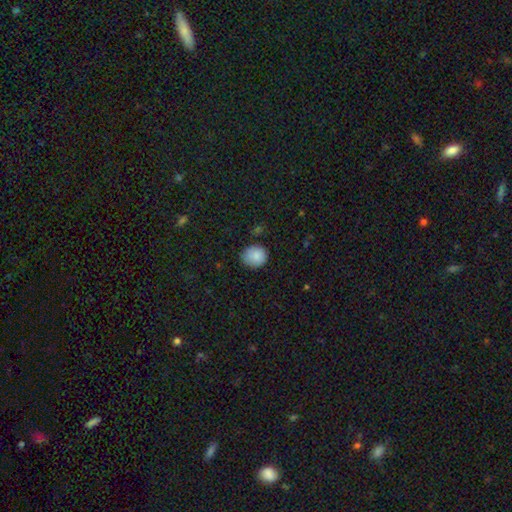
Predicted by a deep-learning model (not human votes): Overall: smooth (87%). How rounded: round (68%; in between 31%). Merging: none (76%).